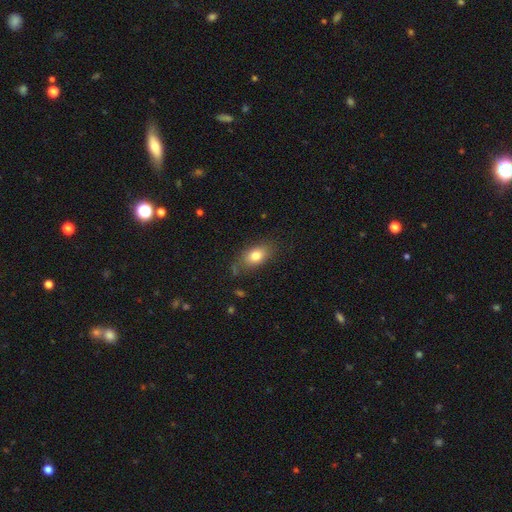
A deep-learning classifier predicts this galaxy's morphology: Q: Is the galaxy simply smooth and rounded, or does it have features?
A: smooth — 79%.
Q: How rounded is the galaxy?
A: in between — 85%.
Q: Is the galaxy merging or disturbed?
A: none — 74%.